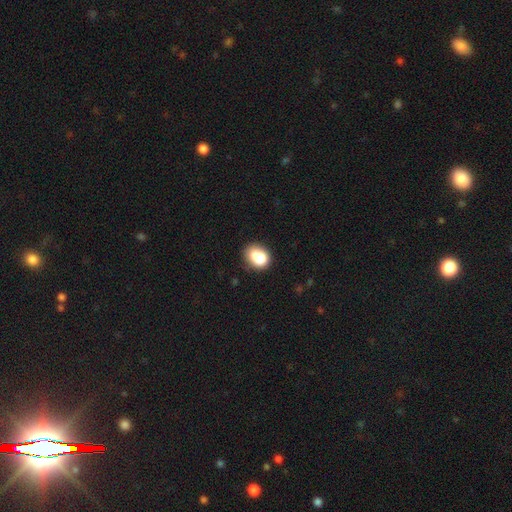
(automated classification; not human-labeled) This is likely a smooth galaxy (79%). How rounded: possibly in between (57%). Merging: likely none (61%).